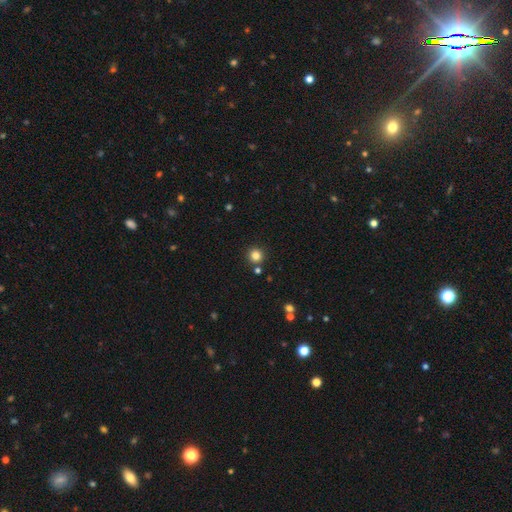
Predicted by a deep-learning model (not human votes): Smooth or featured: smooth — 82% (star or artifact — 13%)
How rounded: round — 95% (in between — 4%)
Merging: none — 86% (minor disturbance — 6%)